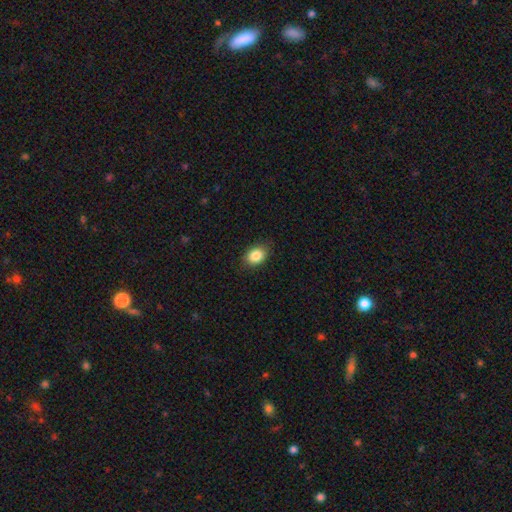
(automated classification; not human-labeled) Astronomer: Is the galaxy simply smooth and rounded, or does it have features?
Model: smooth — 85%.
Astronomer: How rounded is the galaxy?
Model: in between — 71%.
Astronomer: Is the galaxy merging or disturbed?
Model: none — 85%.